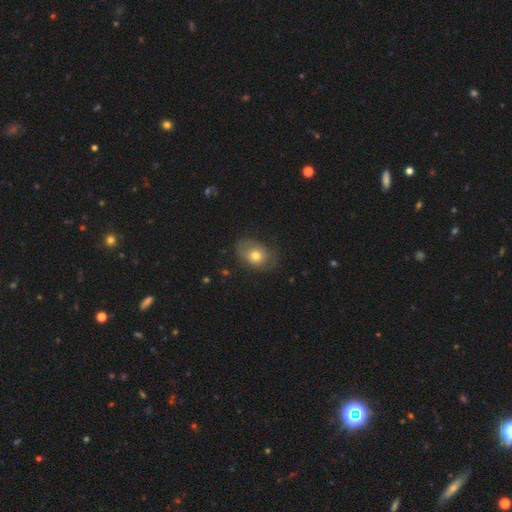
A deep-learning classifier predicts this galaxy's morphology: Q: Smooth or featured?
A: smooth (69%); runner-up: featured or disk (23%)
Q: How rounded?
A: in between (72%); runner-up: round (27%)
Q: Merging?
A: none (67%); runner-up: minor disturbance (24%)